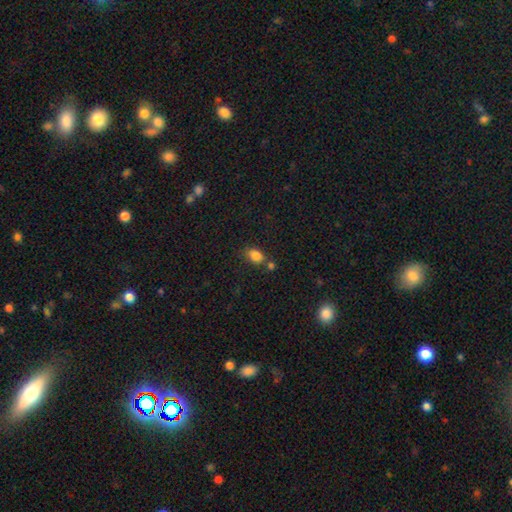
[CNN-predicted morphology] smooth_or_featured: smooth (p=0.84) [alt: star or artifact p=0.10]
how_rounded: in between (p=0.77) [alt: round p=0.21]
merging: none (p=0.58) [alt: merger p=0.21]